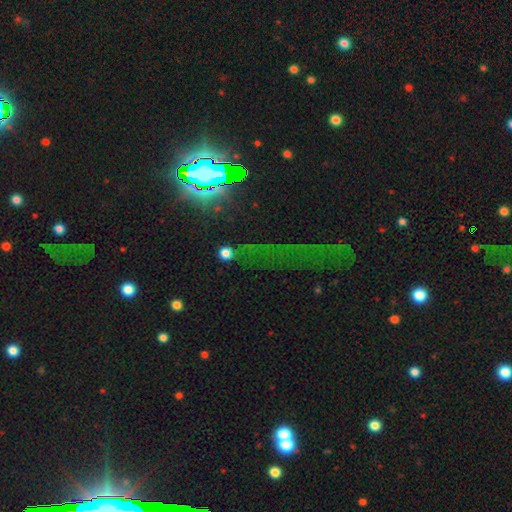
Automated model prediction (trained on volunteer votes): star or artifact 77%, smooth 12%, featured or disk 11%.